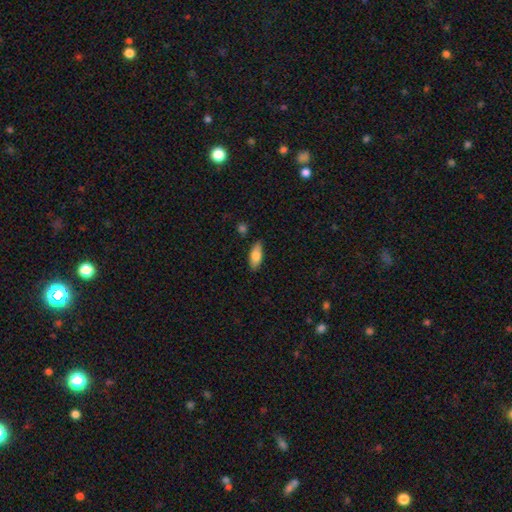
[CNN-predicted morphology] Smooth or featured? smooth (76%)
How rounded? in between (81%)
Merging? none (84%)